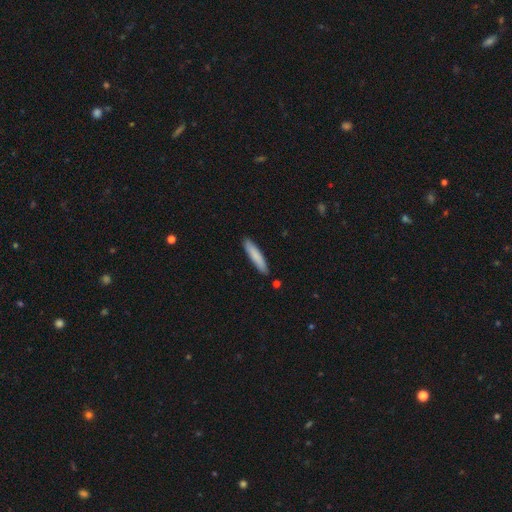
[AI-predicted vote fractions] A smooth galaxy with no disk features (82%) that is cigar-shaped (89%). Merging: none (88%).